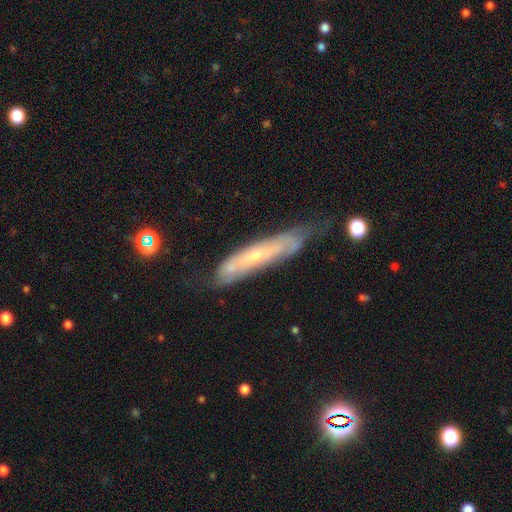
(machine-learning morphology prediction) Smooth or featured? featured or disk (64%)
Edge-on disk? no (51%)
Merging? none (58%)